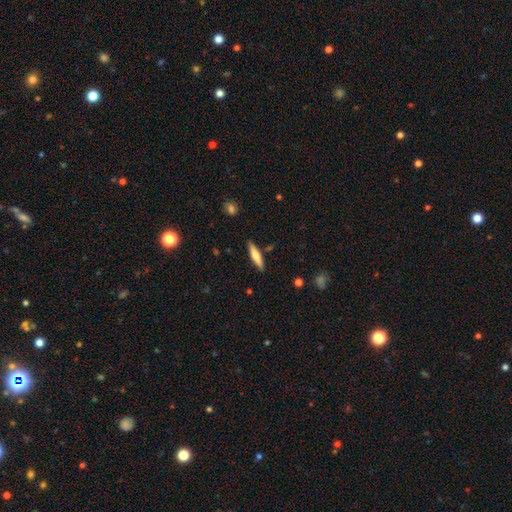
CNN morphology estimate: Overall: smooth (56%; featured or disk 38%). How rounded: cigar-shaped (78%). Merging: none (87%).